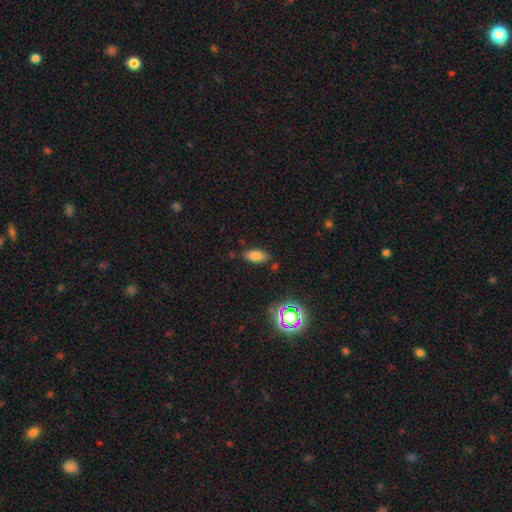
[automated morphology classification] Smooth or featured? Predicted: smooth (p=0.77). How rounded? Predicted: in between (p=0.88). Merging? Predicted: none (p=0.81).